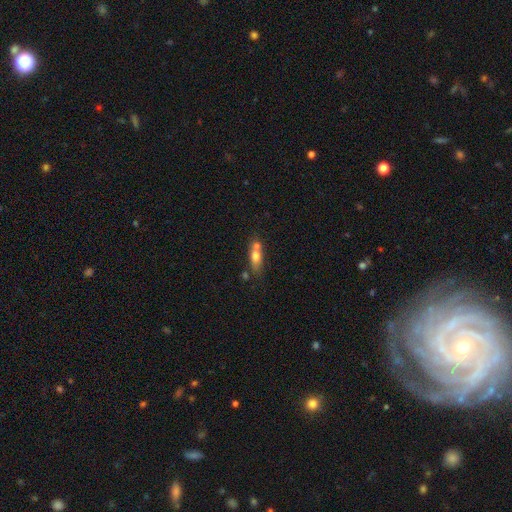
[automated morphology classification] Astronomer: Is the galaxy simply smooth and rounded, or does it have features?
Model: smooth — 68%.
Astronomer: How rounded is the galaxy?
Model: in between — 62%.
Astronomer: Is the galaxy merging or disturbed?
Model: merger — 44% (runner-up: none, 39%).